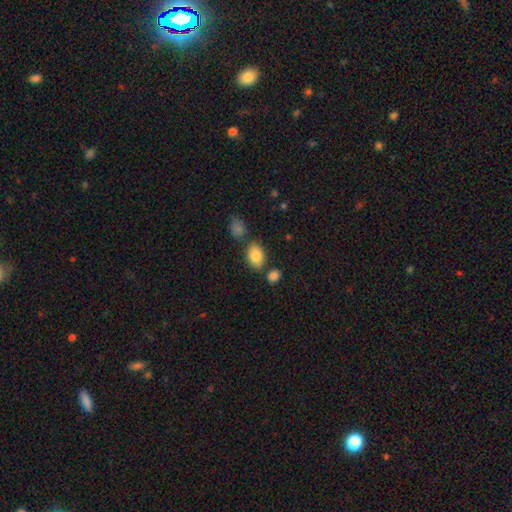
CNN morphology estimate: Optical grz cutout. It shows a smooth galaxy with no disk features (84%) that is in between round and cigar-shaped (85%). Merging: none (72%).